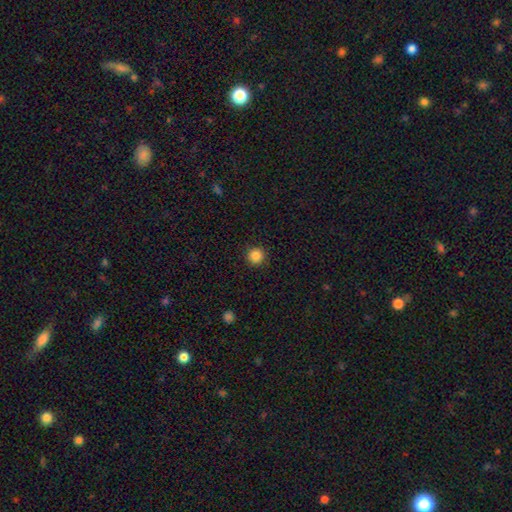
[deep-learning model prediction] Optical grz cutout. It shows a smooth galaxy with no disk features (86%) that is round (95%). Merging: none (92%).